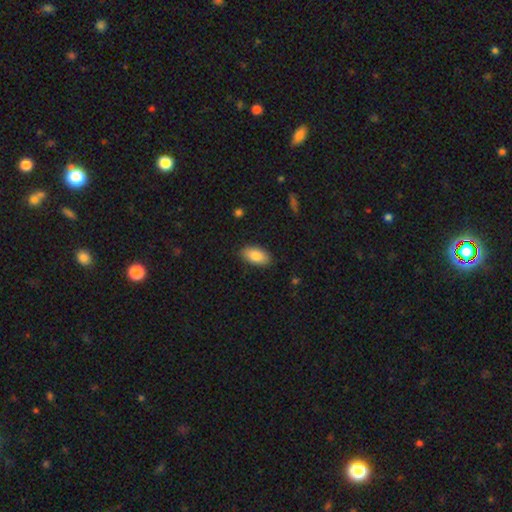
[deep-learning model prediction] The model was most divided on "merging": none: 86%, minor disturbance: 11%, major disturbance: 2%, merger: 1%. More confident: how rounded — in between (93%); smooth or featured — smooth (85%).